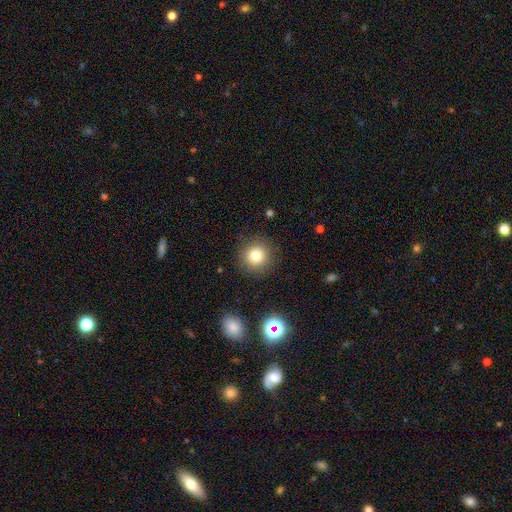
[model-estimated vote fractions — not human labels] smooth 79%, star or artifact 13%, featured or disk 8%. Down the decision tree: how rounded — round (94%); merging — none (89%).